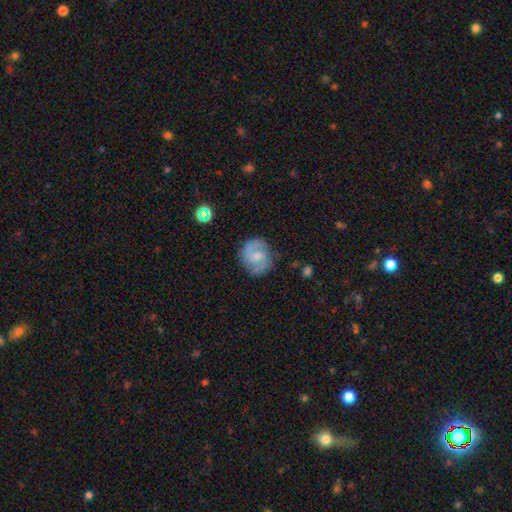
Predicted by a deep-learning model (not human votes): Overall: featured or disk (77%). Edge-on disk: no (98%). Bar: weak (52%; no 38%). Spiral arms: yes (95%). Spiral arm count: 2 (90%). Spiral winding: medium (55%; loose 23%). Bulge size: small (47%; moderate 39%). Merging: none (81%).